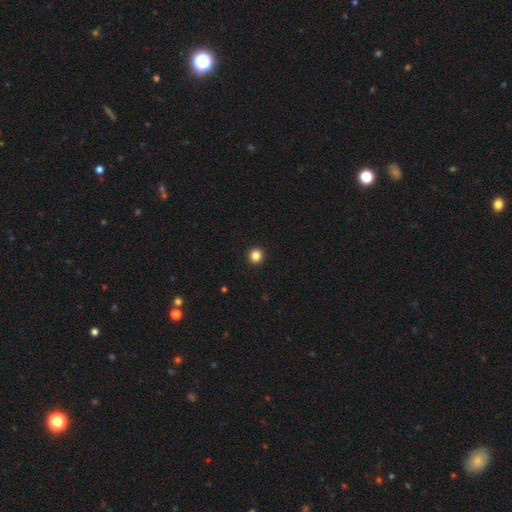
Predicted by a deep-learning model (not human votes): Smooth or featured? Predicted: smooth (p=0.85). How rounded? Predicted: round (p=0.95). Merging? Predicted: none (p=0.94).